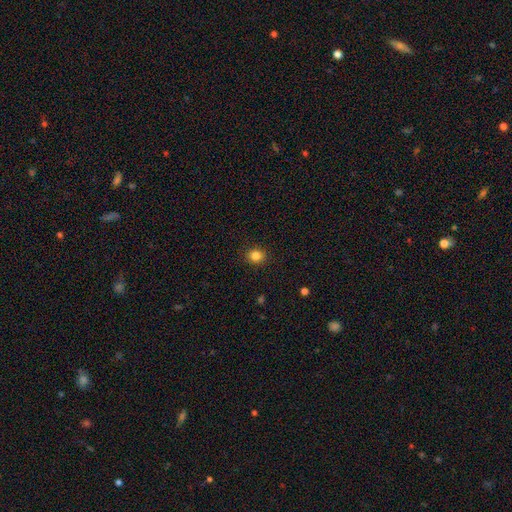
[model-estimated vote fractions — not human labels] smooth-or-featured: smooth: 84% | star or artifact: 11% | featured or disk: 5%
  how-rounded: round: 73% | in between: 26% | cigar-shaped: 1%
  merging: none: 91% | minor disturbance: 6% | major disturbance: 2% | merger: 1%